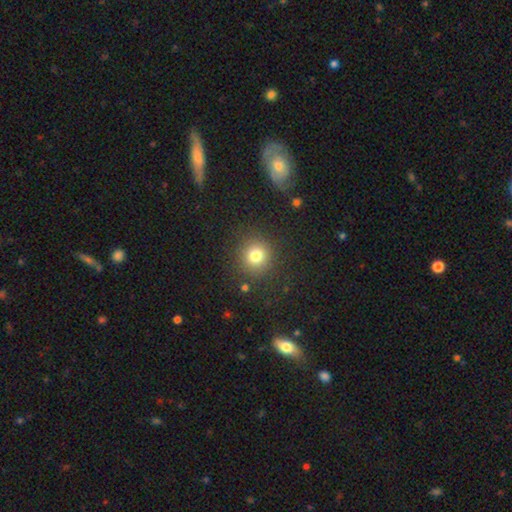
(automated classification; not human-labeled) This appears to be a smooth galaxy with no disk features (79%) that is round (92%). Merging: none (88%).